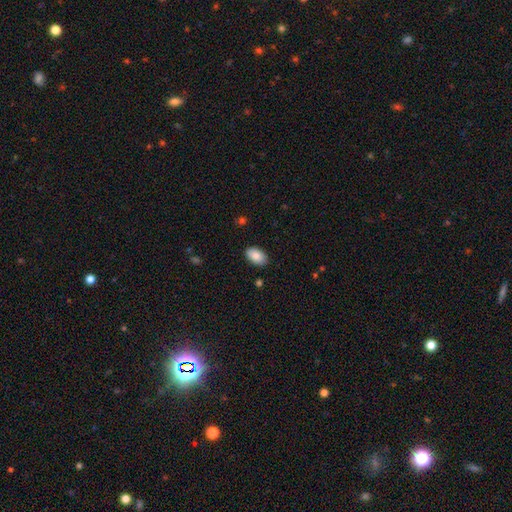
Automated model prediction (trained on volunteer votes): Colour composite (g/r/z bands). It shows a smooth galaxy with no disk features (87%) that is in between round and cigar-shaped (94%). Merging: none (87%).